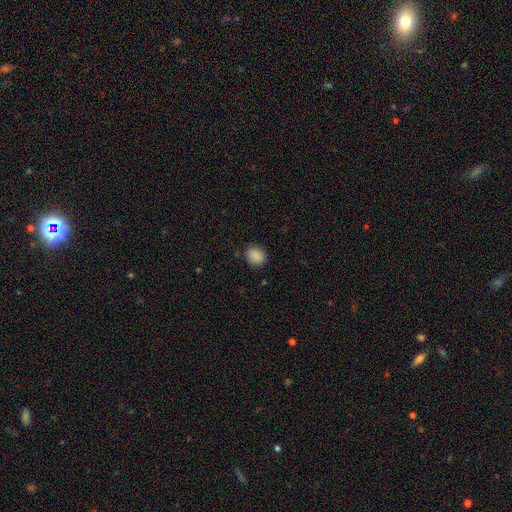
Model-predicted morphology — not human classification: A smooth galaxy with no disk features (88%) that is round (77%). Merging: none (86%).